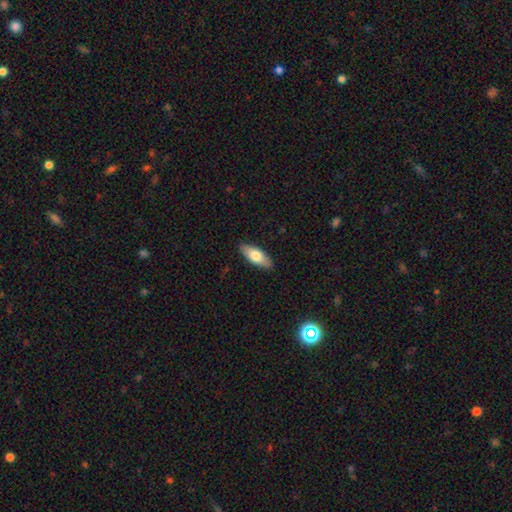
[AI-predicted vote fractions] Morphology: type=smooth (73%); roundness=in between (78%); merging=none (89%).